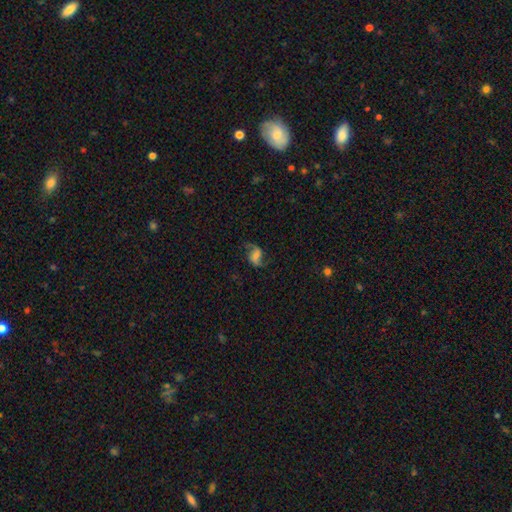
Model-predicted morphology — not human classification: A featured or disk galaxy (66%) with a weak bar (42%), 2 (90%) loose (62%) spiral arms (92%) and a small central bulge (37%).

Vote fractions:
- Smooth or featured? featured or disk: 66% / smooth: 24% / star or artifact: 10%
- Edge-on disk? no: 97% / yes: 3%
- Bar? weak: 42% / no: 34% / strong: 24%
- Spiral arms? yes: 92% / no: 8%
- Spiral winding? loose: 62% / medium: 31% / tight: 7%
- Spiral arm count? 2: 90% / 1: 3% / can't tell: 3% / 3: 1% / 4: 1% / more than 4: 1%
- Bulge size? small: 37% / moderate: 35% / none: 16% / large: 10% / dominant: 2%
- Merging? none: 71% / minor disturbance: 16% / major disturbance: 11% / merger: 2%